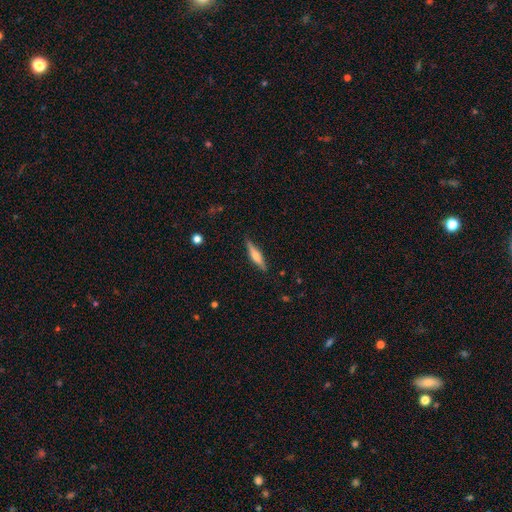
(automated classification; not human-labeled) featured or disk 52%, smooth 41%, star or artifact 6%. Down the decision tree: edge-on disk — yes (96%); edge-on bulge — rounded (77%); merging — none (87%).